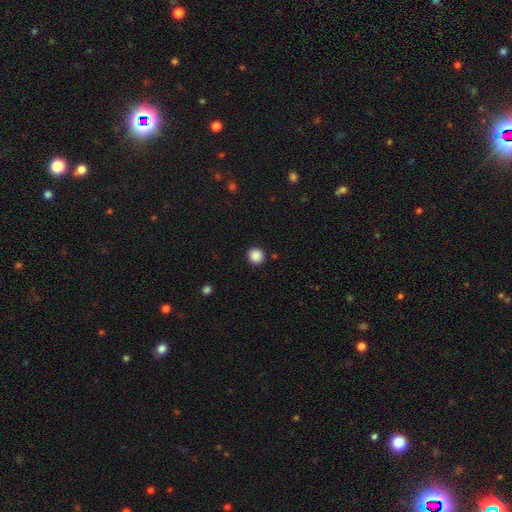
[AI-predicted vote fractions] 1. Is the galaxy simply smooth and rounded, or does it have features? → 88% smooth, 9% star or artifact, 2% featured or disk.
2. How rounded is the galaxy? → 89% round, 10% in between, 1% cigar-shaped.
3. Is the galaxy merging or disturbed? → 91% none, 6% minor disturbance, 2% major disturbance, 1% merger.